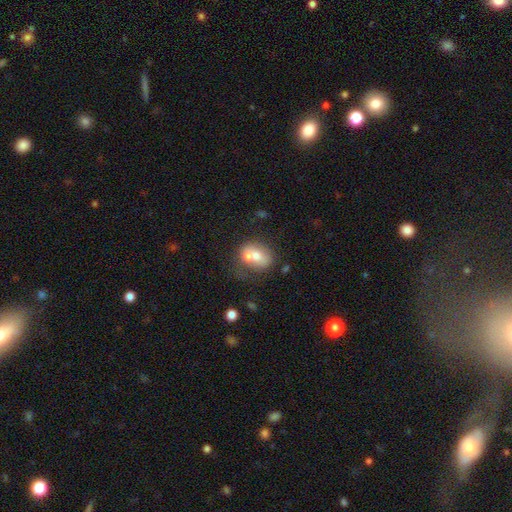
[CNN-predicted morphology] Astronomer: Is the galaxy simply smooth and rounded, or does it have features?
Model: smooth — 64%.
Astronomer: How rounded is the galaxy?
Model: in between — 56% (runner-up: round, 43%).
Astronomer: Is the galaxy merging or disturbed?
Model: merger — 53% (runner-up: none, 30%).